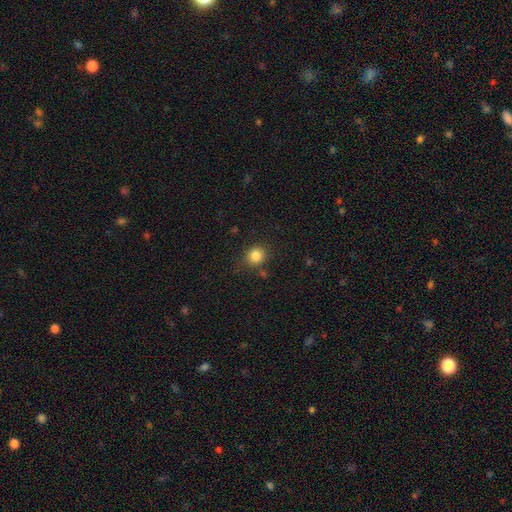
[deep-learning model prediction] This is clearly a smooth galaxy (84%). How rounded: clearly round (84%). Merging: clearly none (80%).